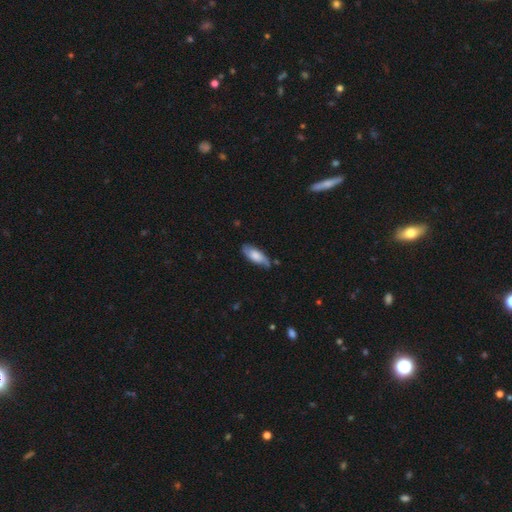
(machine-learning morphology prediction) A smooth galaxy with no disk features (60%) that is in between round and cigar-shaped (76%).

Vote fractions:
- Smooth or featured? smooth: 60% / featured or disk: 33% / star or artifact: 6%
- How rounded? in between: 76% / cigar-shaped: 22% / round: 2%
- Merging? none: 70% / minor disturbance: 23% / major disturbance: 4% / merger: 3%